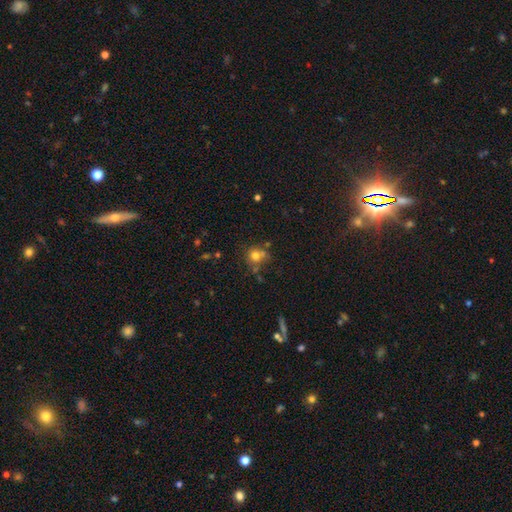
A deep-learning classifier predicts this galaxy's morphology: smooth 73%, star or artifact 14%, featured or disk 13%. Down the decision tree: how rounded — round (85%); merging — none (58%).